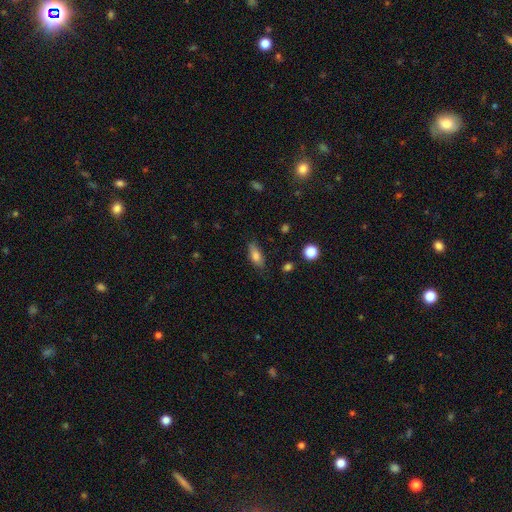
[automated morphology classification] The model was most divided on "how rounded": in between: 75%, cigar-shaped: 21%, round: 4%. More confident: smooth or featured — smooth (77%); merging — none (77%).